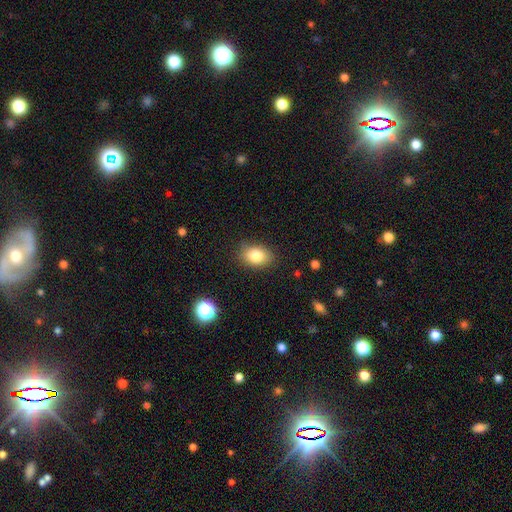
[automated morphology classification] smooth_or_featured: smooth (p=0.82) [alt: star or artifact p=0.10]
how_rounded: in between (p=0.77) [alt: round p=0.22]
merging: none (p=0.83) [alt: minor disturbance p=0.12]